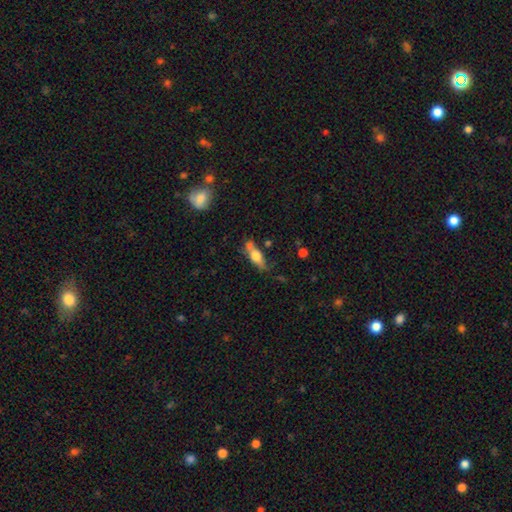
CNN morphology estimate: Smooth or featured?
  - smooth: 53% *
  - featured or disk: 40%
  - star or artifact: 7%
How rounded?
  - cigar-shaped: 48% * (tied)
  - in between: 48% * (tied)
  - round: 4%
Merging?
  - none: 61% *
  - minor disturbance: 22%
  - merger: 9%
  - major disturbance: 8%